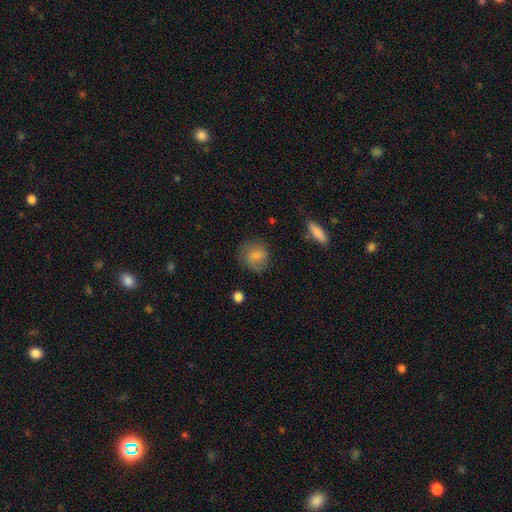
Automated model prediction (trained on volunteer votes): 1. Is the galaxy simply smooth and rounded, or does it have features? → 76% smooth, 16% featured or disk, 8% star or artifact.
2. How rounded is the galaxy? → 75% round, 23% in between, 1% cigar-shaped.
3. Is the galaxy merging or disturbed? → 69% none, 21% minor disturbance, 9% major disturbance, 2% merger.